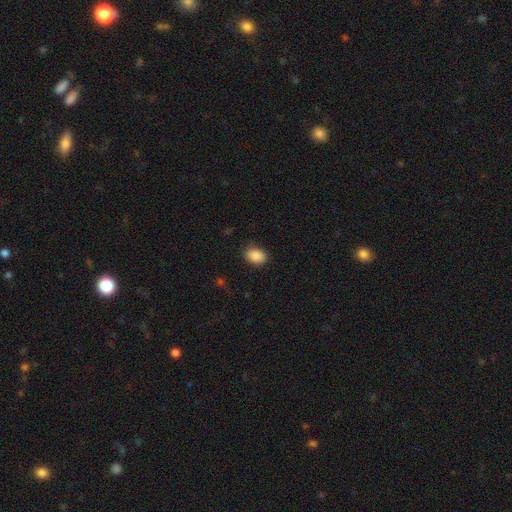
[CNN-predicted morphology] Smooth or featured? Predicted: smooth (p=0.89). How rounded? Predicted: in between (p=0.80). Merging? Predicted: none (p=0.83).